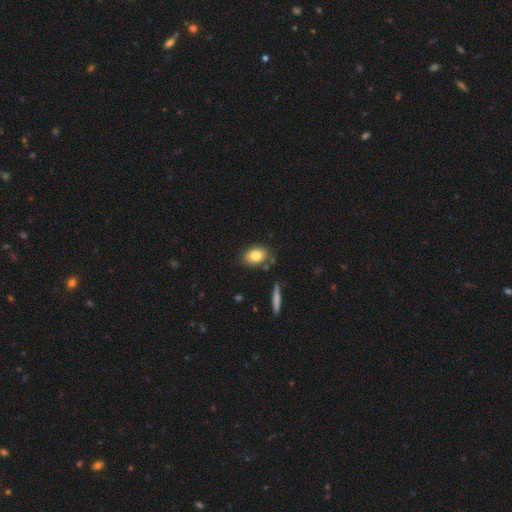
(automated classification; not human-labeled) smooth_or_featured: smooth (p=0.79) [alt: featured or disk p=0.13]
how_rounded: in between (p=0.82) [alt: round p=0.16]
merging: none (p=0.80) [alt: minor disturbance p=0.12]